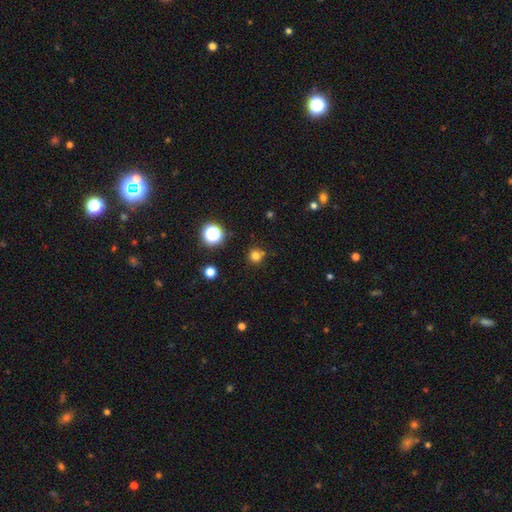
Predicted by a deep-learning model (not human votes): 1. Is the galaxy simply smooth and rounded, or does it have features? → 76% smooth, 19% star or artifact, 5% featured or disk.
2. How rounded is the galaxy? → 93% round, 6% in between, 1% cigar-shaped.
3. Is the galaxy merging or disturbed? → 78% none, 10% minor disturbance, 9% merger, 3% major disturbance.